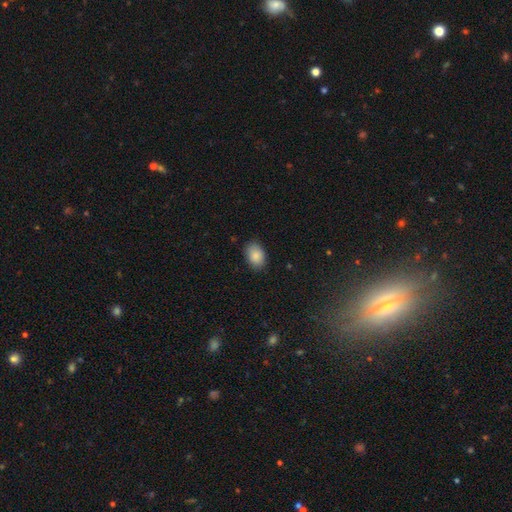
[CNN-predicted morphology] This appears to be a smooth galaxy with no disk features (88%) that is in between round and cigar-shaped (82%). Merging: none (83%).